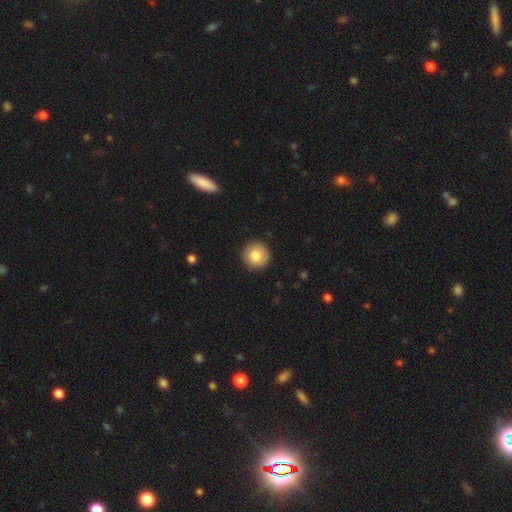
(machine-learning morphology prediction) Smooth or featured? Predicted: smooth (p=0.82). How rounded? Predicted: round (p=0.95). Merging? Predicted: none (p=0.92).